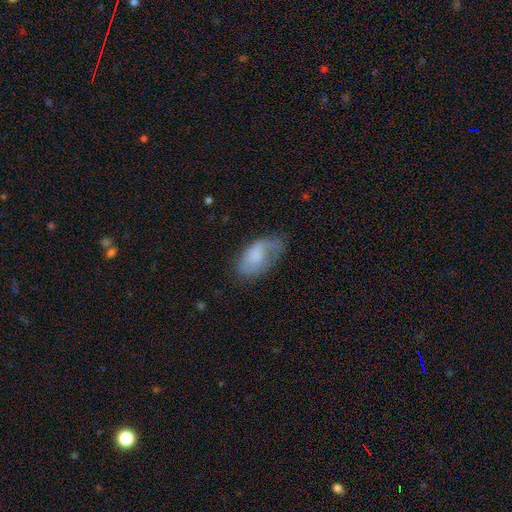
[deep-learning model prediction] The model was most divided on "smooth or featured": smooth: 56%, featured or disk: 36%, star or artifact: 7%. More confident: how rounded — in between (93%); merging — none (52%).